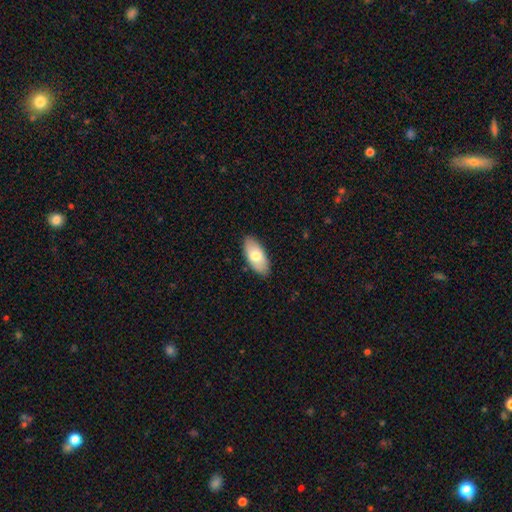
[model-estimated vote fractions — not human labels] A smooth galaxy with no disk features (73%) that is in between round and cigar-shaped (92%).

Vote fractions:
- Smooth or featured? smooth: 73% / featured or disk: 21% / star or artifact: 6%
- How rounded? in between: 92% / cigar-shaped: 6% / round: 2%
- Merging? none: 87% / minor disturbance: 10% / major disturbance: 2% / merger: 1%